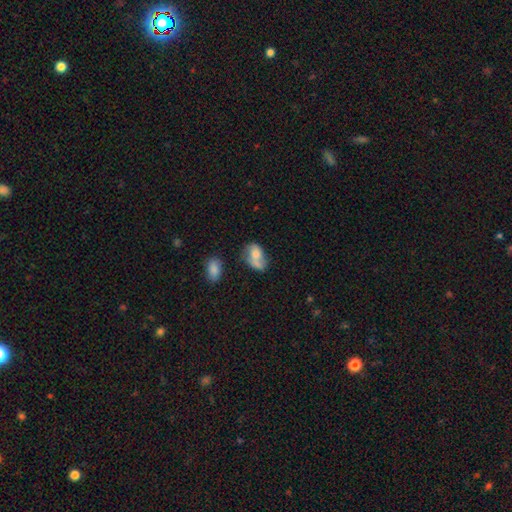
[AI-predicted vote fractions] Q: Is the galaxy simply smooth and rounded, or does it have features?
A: smooth — 57%.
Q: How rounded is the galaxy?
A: in between — 82%.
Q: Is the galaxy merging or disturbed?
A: none — 33%.